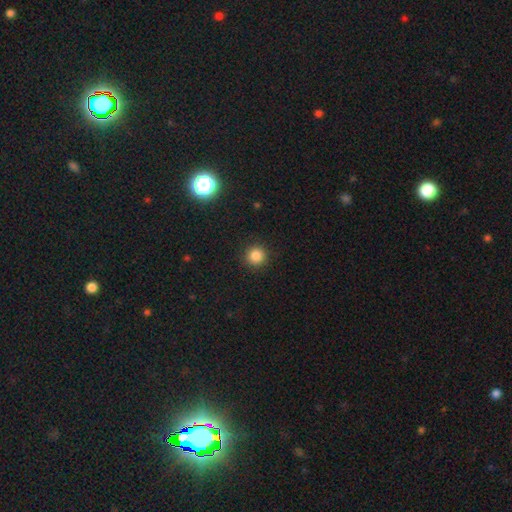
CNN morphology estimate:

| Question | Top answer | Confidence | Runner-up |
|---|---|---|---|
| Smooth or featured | smooth | 85% | star or artifact (12%) |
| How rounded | round | 95% | in between (4%) |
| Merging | none | 92% | minor disturbance (5%) |